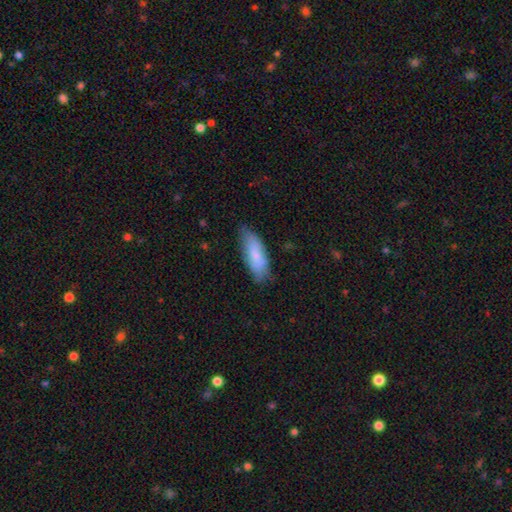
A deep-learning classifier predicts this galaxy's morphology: Overall: smooth (76%). How rounded: in between (69%; cigar-shaped 30%). Merging: none (71%).